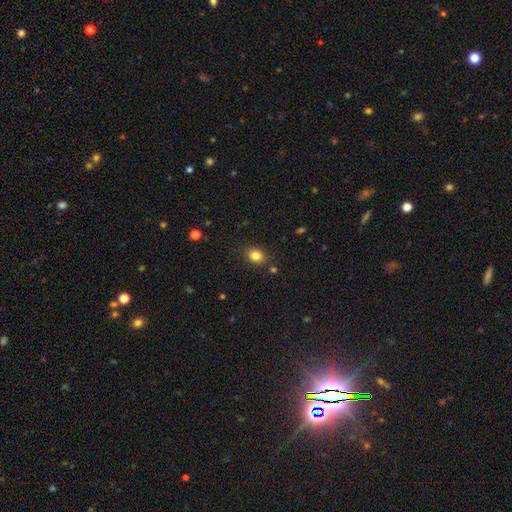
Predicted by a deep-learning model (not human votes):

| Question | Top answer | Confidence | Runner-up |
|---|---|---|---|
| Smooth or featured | smooth | 83% | star or artifact (12%) |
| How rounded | round | 51% | in between (48%) |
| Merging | none | 84% | minor disturbance (10%) |